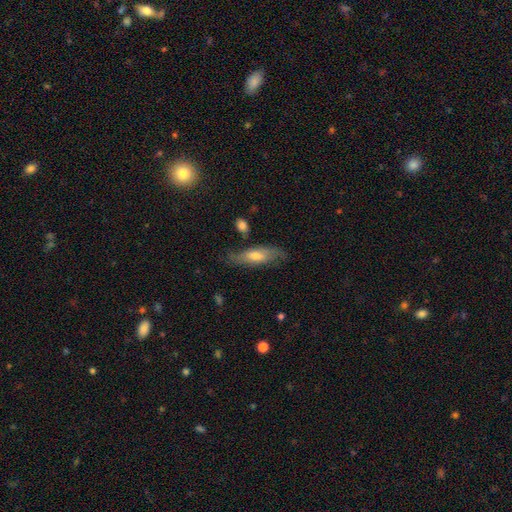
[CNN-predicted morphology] Q: Smooth or featured?
A: smooth (50%); runner-up: featured or disk (43%)
Q: Merging?
A: none (70%); runner-up: minor disturbance (21%)